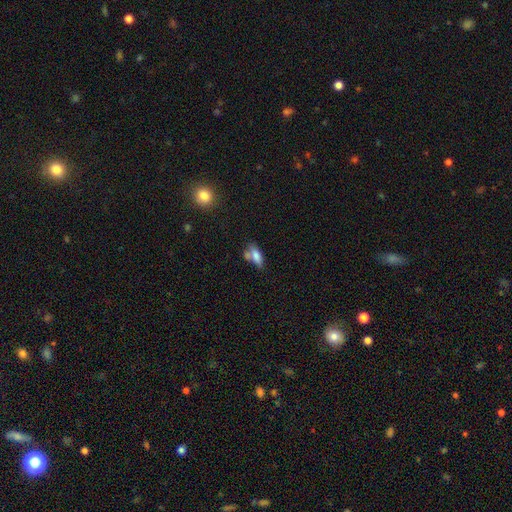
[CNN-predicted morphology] smooth_or_featured: smooth (p=0.74) [alt: featured or disk p=0.17]
how_rounded: in between (p=0.76) [alt: cigar-shaped p=0.21]
merging: none (p=0.43) [alt: merger p=0.29]